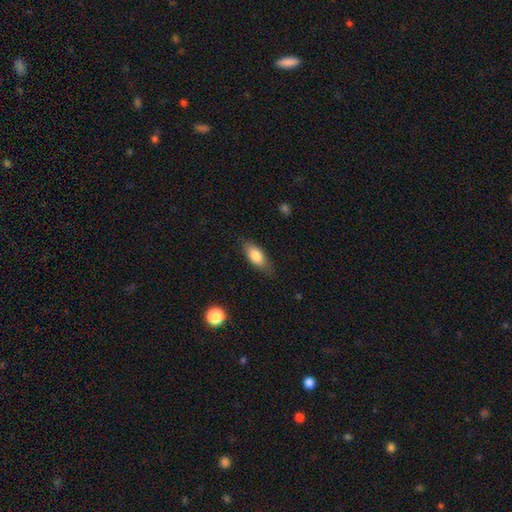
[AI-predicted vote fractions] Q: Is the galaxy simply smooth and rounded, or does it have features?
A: smooth — 80%.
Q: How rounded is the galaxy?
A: in between — 80%.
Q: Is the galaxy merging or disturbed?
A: none — 78%.